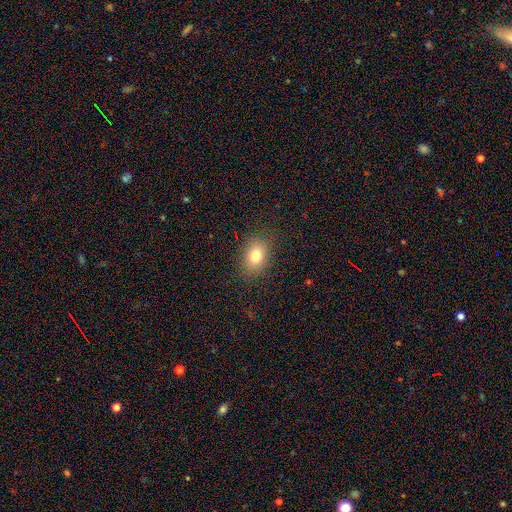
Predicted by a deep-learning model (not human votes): smooth 79%, star or artifact 11%, featured or disk 10%. Down the decision tree: how rounded — in between (72%); merging — none (85%).